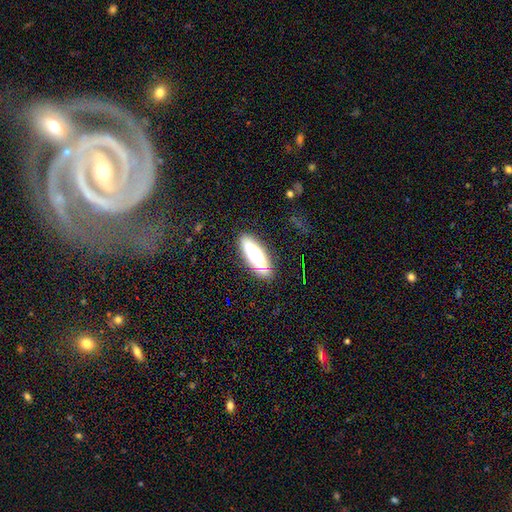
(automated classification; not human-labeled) Smooth or featured: smooth — 51% (featured or disk — 40%)
How rounded: in between — 60% (cigar-shaped — 37%)
Merging: none — 83% (minor disturbance — 12%)